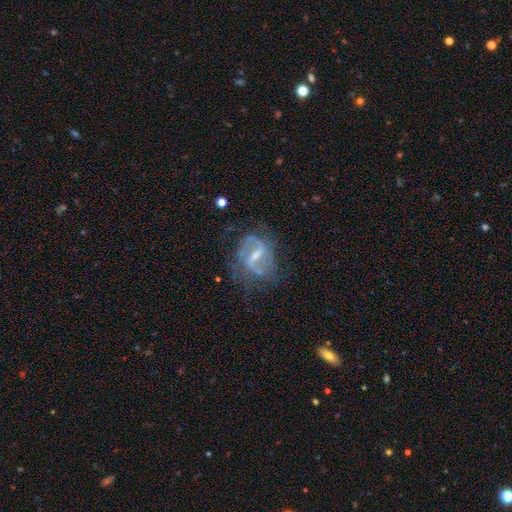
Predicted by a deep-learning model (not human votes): Q: Smooth or featured?
A: featured or disk (85%); runner-up: smooth (8%)
Q: Edge-on disk?
A: no (97%); runner-up: yes (3%)
Q: Bar?
A: weak (49%); runner-up: strong (39%)
Q: Spiral arms?
A: yes (91%); runner-up: no (9%)
Q: Spiral winding?
A: medium (44%); runner-up: loose (42%)
Q: Spiral arm count?
A: 2 (81%); runner-up: can't tell (9%)
Q: Bulge size?
A: small (50%); runner-up: moderate (35%)
Q: Merging?
A: none (58%); runner-up: minor disturbance (22%)